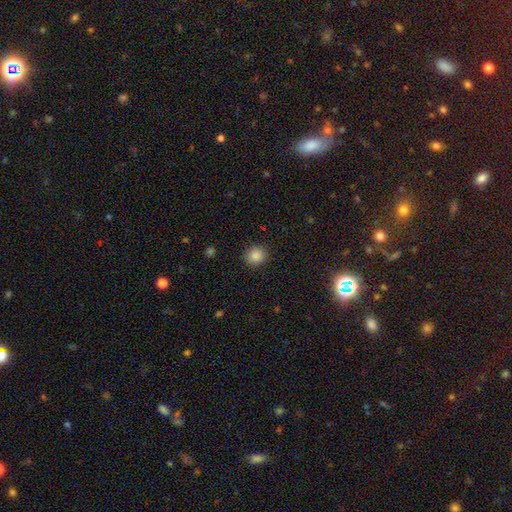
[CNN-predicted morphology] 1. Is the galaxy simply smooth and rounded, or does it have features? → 86% smooth, 10% star or artifact, 4% featured or disk.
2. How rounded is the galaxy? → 86% round, 13% in between, 1% cigar-shaped.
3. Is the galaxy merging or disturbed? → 90% none, 6% minor disturbance, 2% major disturbance, 1% merger.